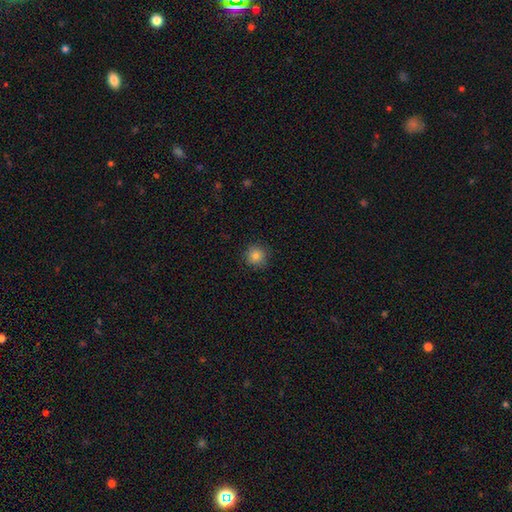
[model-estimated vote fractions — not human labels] smooth-or-featured: smooth: 84% | star or artifact: 11% | featured or disk: 5%
  how-rounded: round: 94% | in between: 5% | cigar-shaped: 1%
  merging: none: 89% | minor disturbance: 8% | major disturbance: 2% | merger: 1%